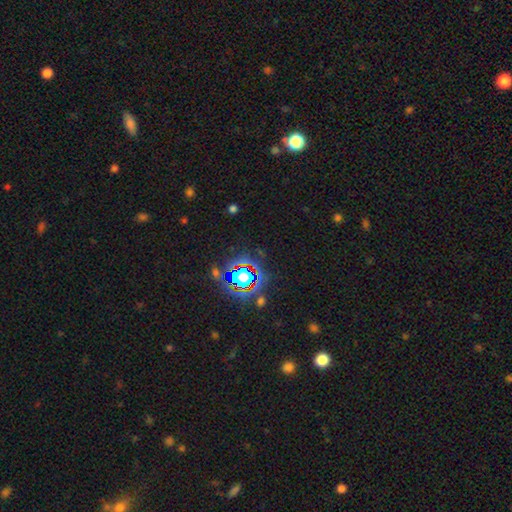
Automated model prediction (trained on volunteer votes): This appears to be a star or artifact, not a galaxy (81%).